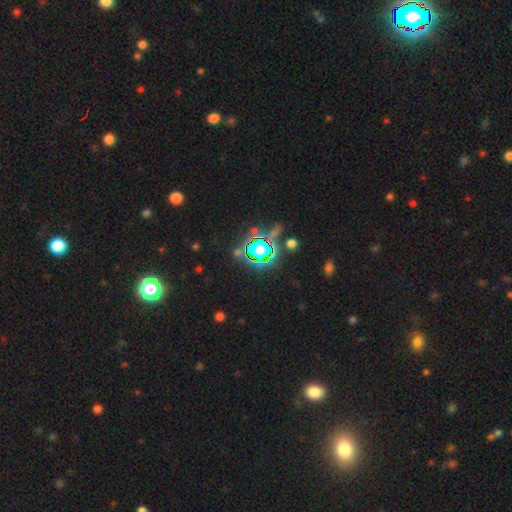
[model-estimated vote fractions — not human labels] The model was most divided on "smooth or featured": star or artifact: 78%, smooth: 13%, featured or disk: 8%.